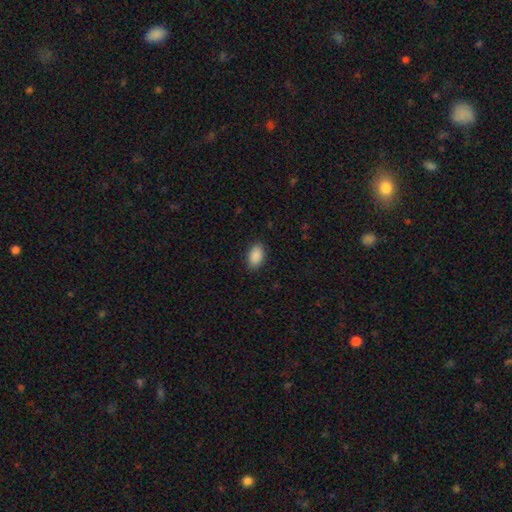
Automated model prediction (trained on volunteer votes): Smooth or featured? smooth (90%)
How rounded? in between (93%)
Merging? none (88%)